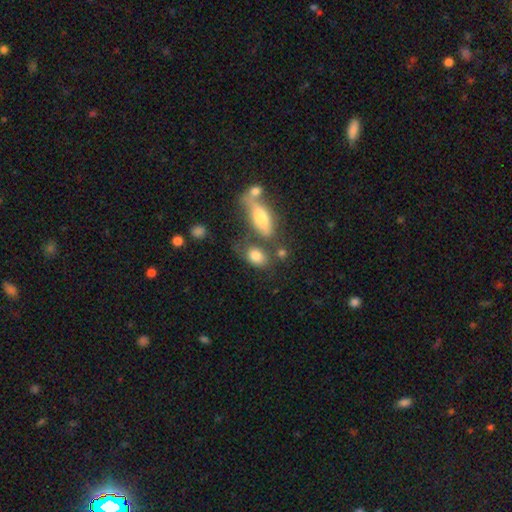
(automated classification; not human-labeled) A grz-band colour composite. It shows a smooth galaxy with no disk features (80%) that is in between round and cigar-shaped (80%). Merging: none (52%).